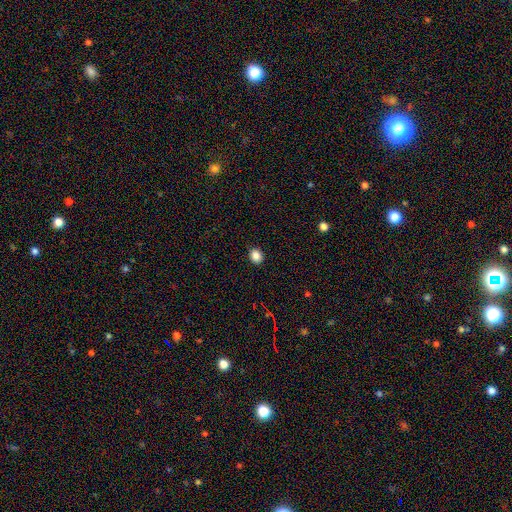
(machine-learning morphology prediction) Smooth or featured? smooth (85%)
How rounded? round (63%)
Merging? none (90%)